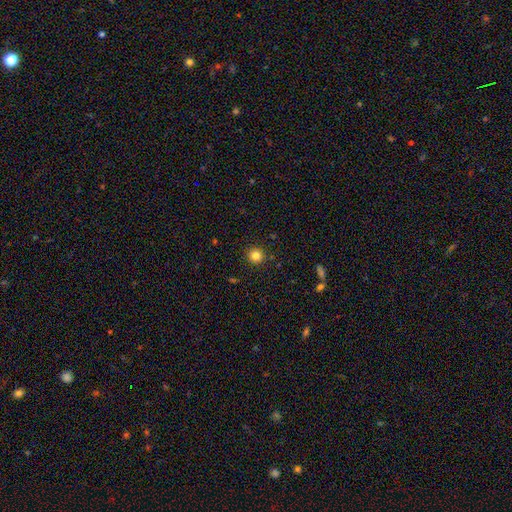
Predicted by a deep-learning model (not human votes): Smooth or featured? Predicted: smooth (p=0.82). How rounded? Predicted: round (p=0.94). Merging? Predicted: none (p=0.92).